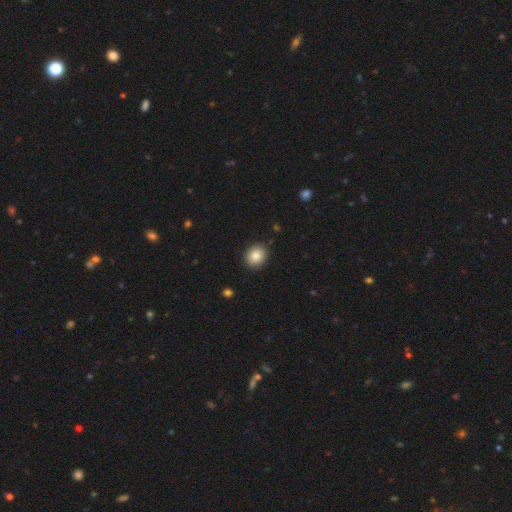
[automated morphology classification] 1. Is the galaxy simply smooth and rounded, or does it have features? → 85% smooth, 9% star or artifact, 6% featured or disk.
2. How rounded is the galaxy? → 61% round, 38% in between, 1% cigar-shaped.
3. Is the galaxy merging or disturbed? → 89% none, 8% minor disturbance, 2% major disturbance, 1% merger.